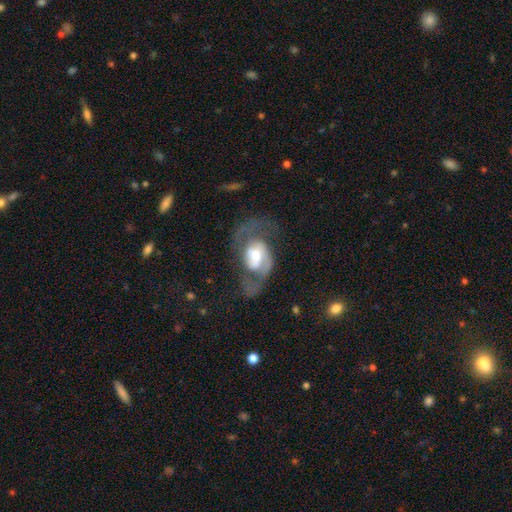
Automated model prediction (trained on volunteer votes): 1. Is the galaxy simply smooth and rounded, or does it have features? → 76% featured or disk, 17% smooth, 6% star or artifact.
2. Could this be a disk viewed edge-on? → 96% no, 4% yes.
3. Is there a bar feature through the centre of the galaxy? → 46% no, 38% weak, 16% strong.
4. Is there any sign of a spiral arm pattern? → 86% yes, 14% no.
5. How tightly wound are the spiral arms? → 49% medium, 35% loose, 16% tight.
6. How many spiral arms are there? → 81% 2, 8% 1, 7% can't tell, 2% 3, 1% 4, 1% more than 4.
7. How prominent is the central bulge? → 57% moderate, 21% small, 17% large, 2% dominant, 2% none.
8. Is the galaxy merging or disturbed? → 46% none, 33% major disturbance, 17% minor disturbance, 4% merger.